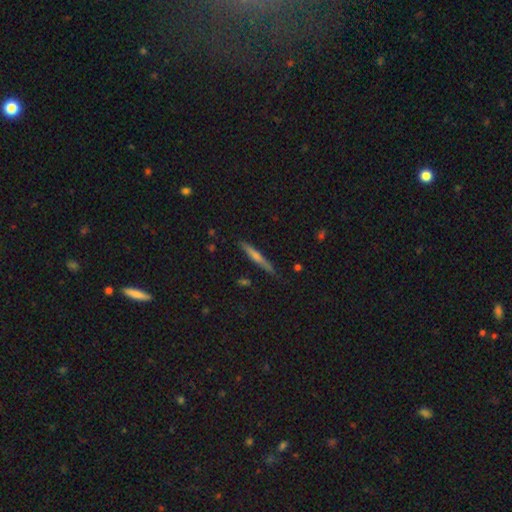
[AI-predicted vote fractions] smooth-or-featured: featured or disk: 47% | smooth: 46% | star or artifact: 7%
  merging: none: 87% | minor disturbance: 10% | major disturbance: 2% | merger: 2%